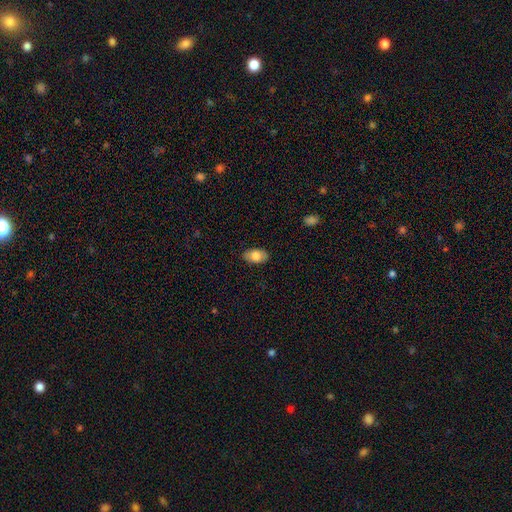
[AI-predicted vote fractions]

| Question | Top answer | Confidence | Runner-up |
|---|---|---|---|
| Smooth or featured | smooth | 80% | featured or disk (14%) |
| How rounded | in between | 92% | round (6%) |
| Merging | none | 87% | minor disturbance (10%) |